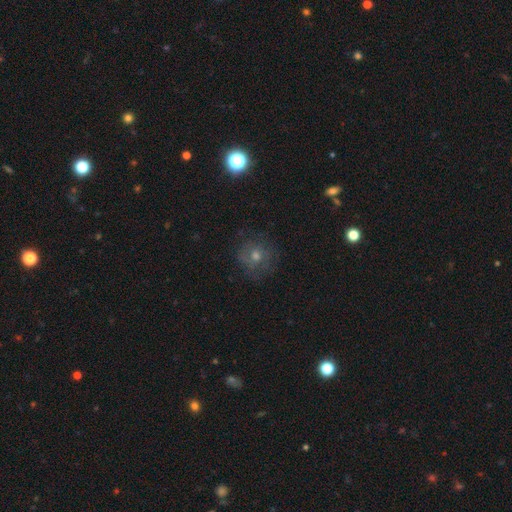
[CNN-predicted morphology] Smooth or featured?
  - smooth: 42% *
  - featured or disk: 32%
  - star or artifact: 26%
Merging?
  - none: 78% *
  - minor disturbance: 13%
  - major disturbance: 7%
  - merger: 1%